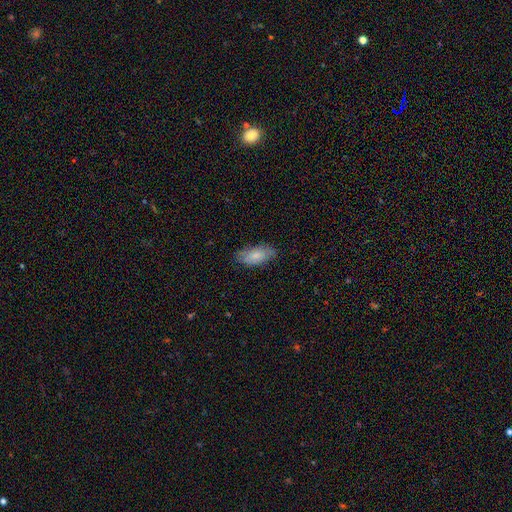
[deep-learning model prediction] A smooth galaxy with no disk features (76%) that is in between round and cigar-shaped (91%).

Vote fractions:
- Smooth or featured? smooth: 76% / featured or disk: 18% / star or artifact: 6%
- How rounded? in between: 91% / cigar-shaped: 6% / round: 3%
- Merging? none: 73% / minor disturbance: 21% / major disturbance: 5% / merger: 1%